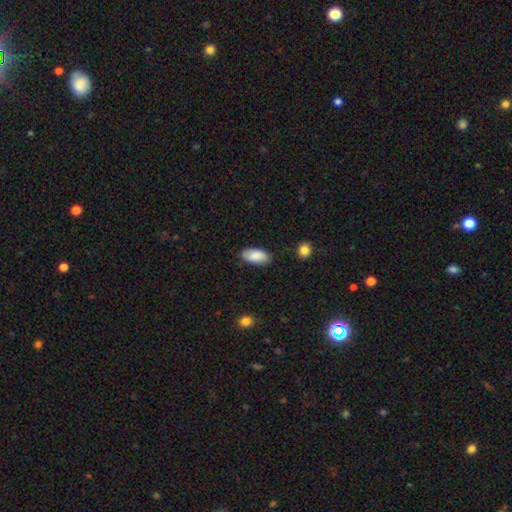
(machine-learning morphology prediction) type=smooth (87%); roundness=in between (92%); merging=none (82%).